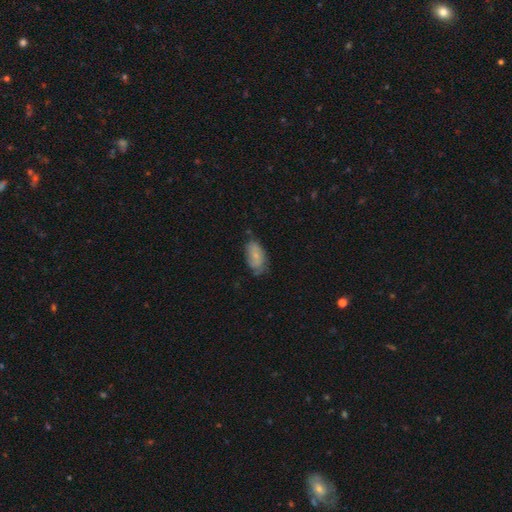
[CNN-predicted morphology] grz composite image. It shows a smooth galaxy with no disk features (68%) that is in between round and cigar-shaped (92%). Merging: none (57%).